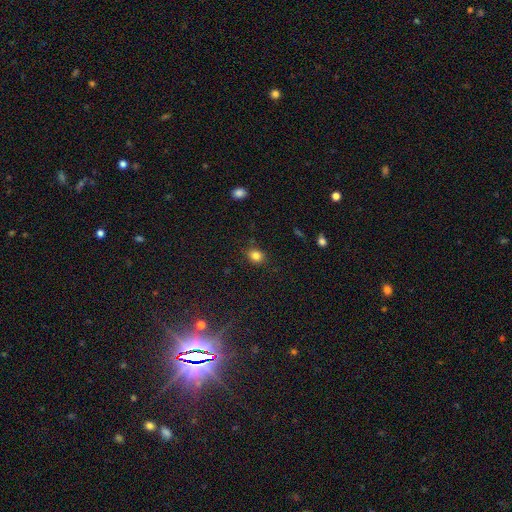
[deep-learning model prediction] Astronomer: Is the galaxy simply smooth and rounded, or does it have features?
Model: smooth — 83%.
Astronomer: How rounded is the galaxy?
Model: round — 64%.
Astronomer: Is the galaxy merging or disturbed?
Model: none — 84%.